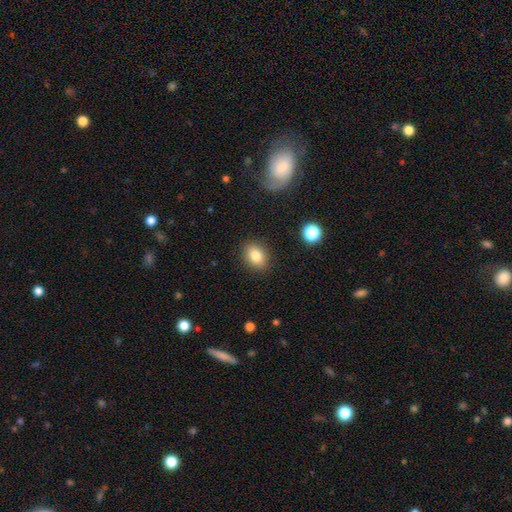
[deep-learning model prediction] smooth-or-featured: smooth: 83% | star or artifact: 10% | featured or disk: 7%
  how-rounded: in between: 67% | round: 31% | cigar-shaped: 1%
  merging: none: 88% | minor disturbance: 8% | major disturbance: 3% | merger: 1%